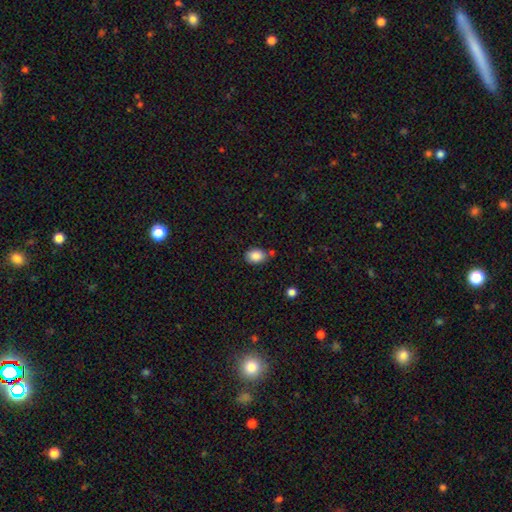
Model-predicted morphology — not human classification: The model was most divided on "how rounded": in between: 71%, round: 28%, cigar-shaped: 1%. More confident: smooth or featured — smooth (87%); merging — none (71%).